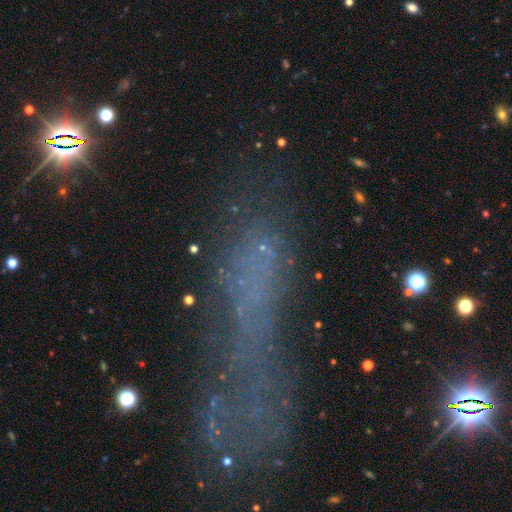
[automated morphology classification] A star or artifact, not a galaxy (36%).

Vote fractions:
- Smooth or featured? star or artifact: 36% / featured or disk: 34% / smooth: 30%